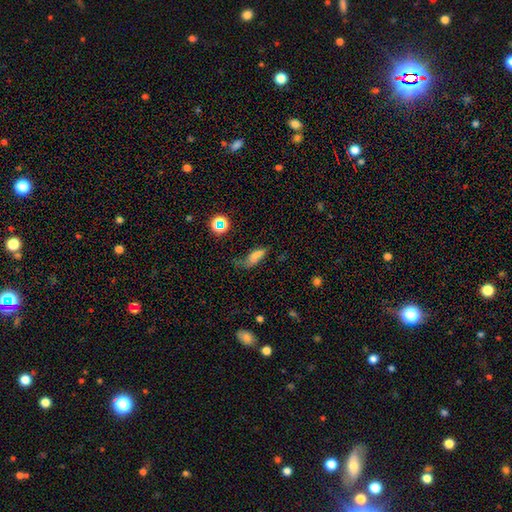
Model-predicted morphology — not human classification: smooth 70%, star or artifact 16%, featured or disk 14%. Down the decision tree: how rounded — in between (68%); merging — minor disturbance (34%, tied with none).